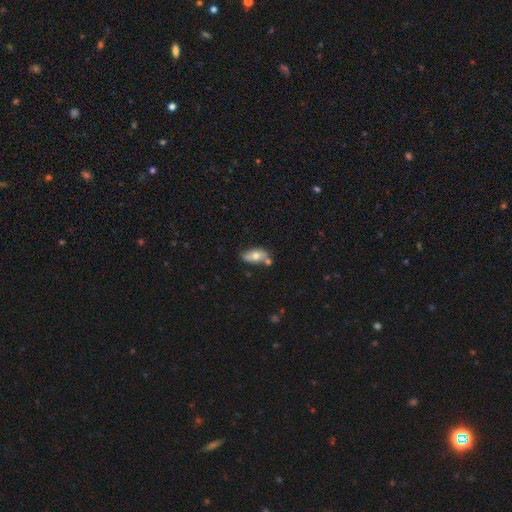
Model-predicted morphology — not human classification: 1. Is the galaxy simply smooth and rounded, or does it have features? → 64% smooth, 28% featured or disk, 7% star or artifact.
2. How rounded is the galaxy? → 89% in between, 7% cigar-shaped, 5% round.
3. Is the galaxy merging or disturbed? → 57% none, 19% merger, 19% minor disturbance, 5% major disturbance.